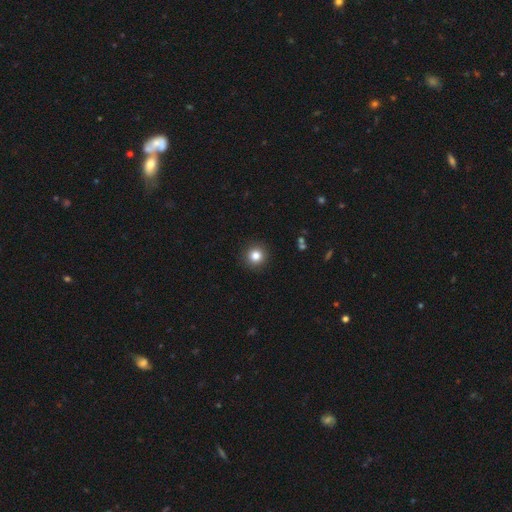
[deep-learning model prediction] A smooth galaxy with no disk features (83%) that is round (95%).

Vote fractions:
- Smooth or featured? smooth: 83% / star or artifact: 11% / featured or disk: 6%
- How rounded? round: 95% / in between: 4% / cigar-shaped: 1%
- Merging? none: 92% / minor disturbance: 5% / major disturbance: 2% / merger: 1%